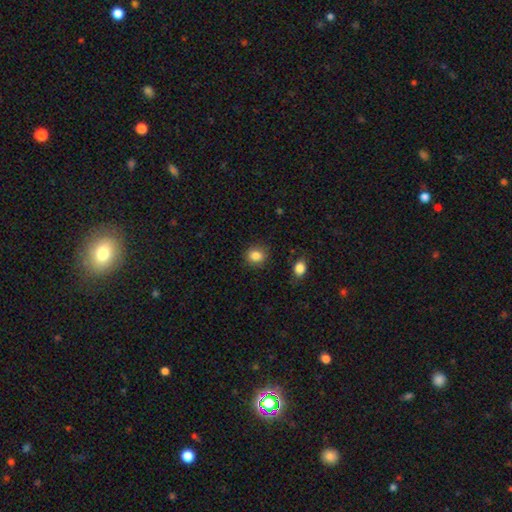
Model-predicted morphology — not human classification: Smooth or featured: smooth — 86% (star or artifact — 10%)
How rounded: round — 68% (in between — 31%)
Merging: none — 85% (minor disturbance — 10%)